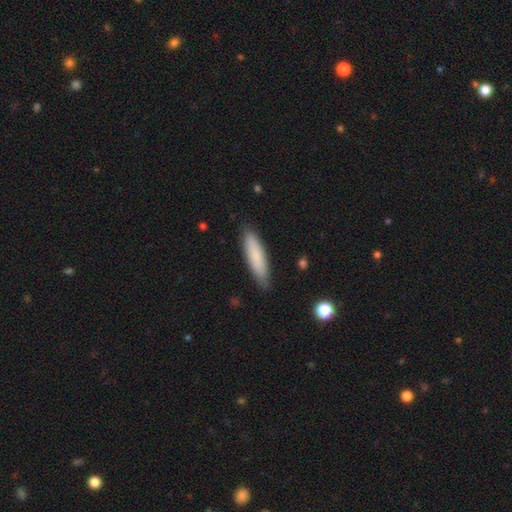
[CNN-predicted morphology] The model was most divided on "how rounded": cigar-shaped: 73%, in between: 26%, round: 1%. More confident: merging — none (85%); smooth or featured — smooth (82%).